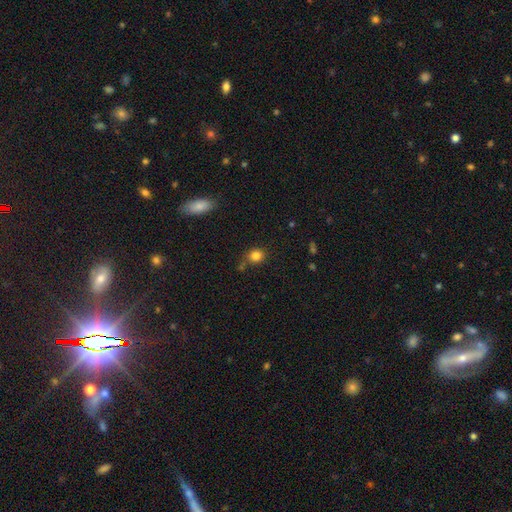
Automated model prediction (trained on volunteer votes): smooth 83%, star or artifact 12%, featured or disk 5%. Down the decision tree: how rounded — round (75%); merging — none (74%).